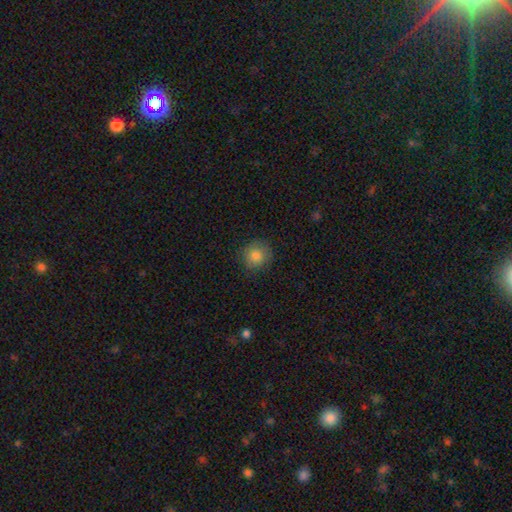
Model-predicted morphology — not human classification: type=smooth (83%); roundness=round (89%); merging=none (85%).